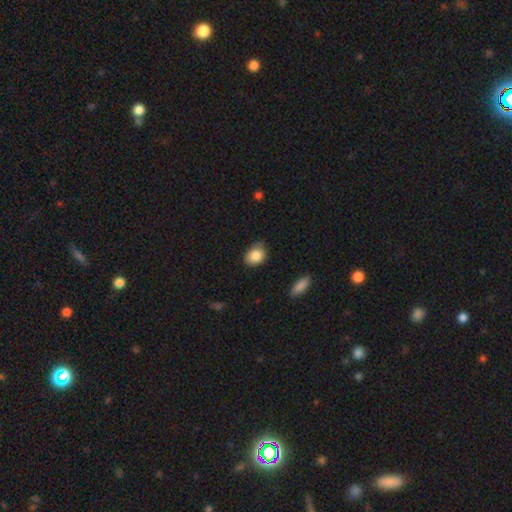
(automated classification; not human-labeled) The model was most divided on "how rounded": in between: 60%, round: 39%, cigar-shaped: 1%. More confident: smooth or featured — smooth (84%); merging — none (65%).